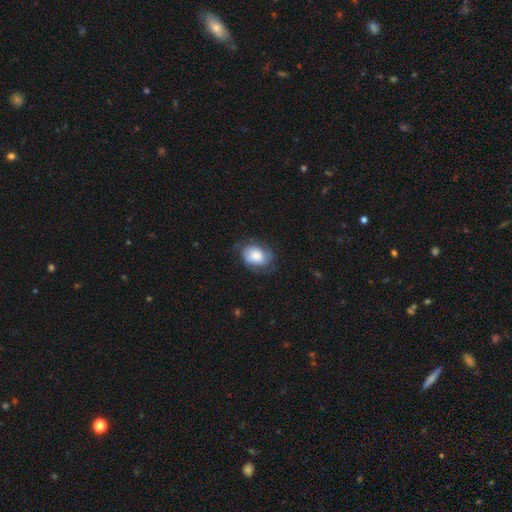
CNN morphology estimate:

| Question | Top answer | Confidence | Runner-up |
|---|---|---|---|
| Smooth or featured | smooth | 59% | featured or disk (33%) |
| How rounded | in between | 70% | round (29%) |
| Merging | none | 58% | minor disturbance (27%) |